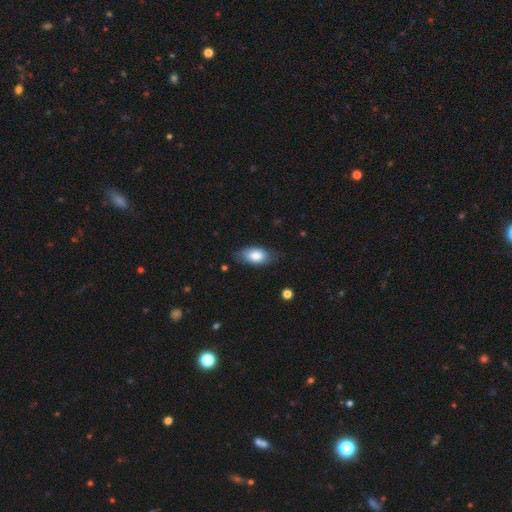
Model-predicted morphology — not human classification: Smooth or featured: smooth — 80% (featured or disk — 13%)
How rounded: in between — 91% (round — 5%)
Merging: none — 72% (minor disturbance — 21%)